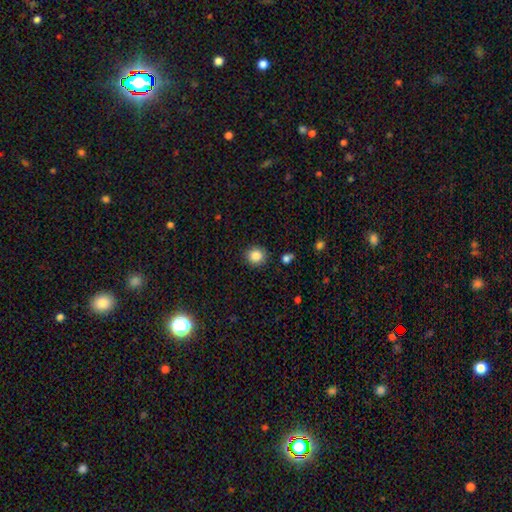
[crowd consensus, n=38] Q: Smooth or featured?
A: smooth (92%); runner-up: star or artifact (5%)
Q: How rounded?
A: round (91%); runner-up: in between (9%)
Q: Merging?
A: none (86%); runner-up: minor disturbance (8%)